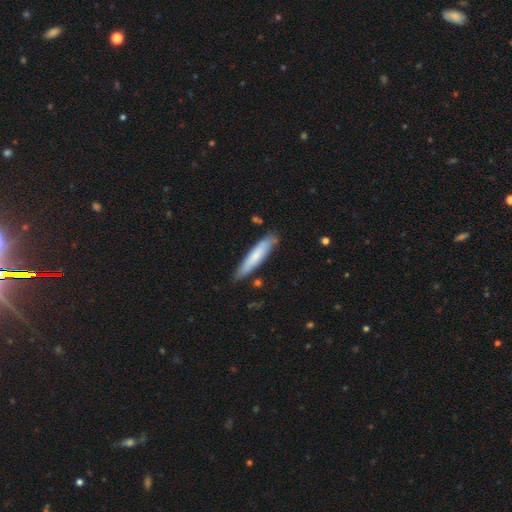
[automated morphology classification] This is likely a smooth galaxy (71%). How rounded: clearly cigar-shaped (86%). Merging: clearly none (81%).